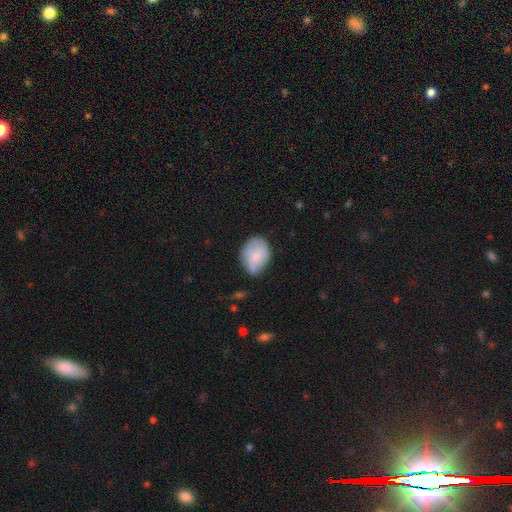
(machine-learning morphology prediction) A smooth galaxy with no disk features (71%) that is in between round and cigar-shaped (63%). Merging: none (51%).